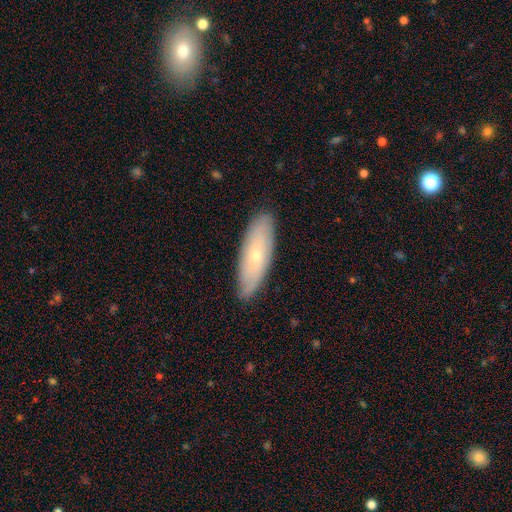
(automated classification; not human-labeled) smooth 48%, featured or disk 45%, star or artifact 7%. Down the decision tree: merging — none (85%).